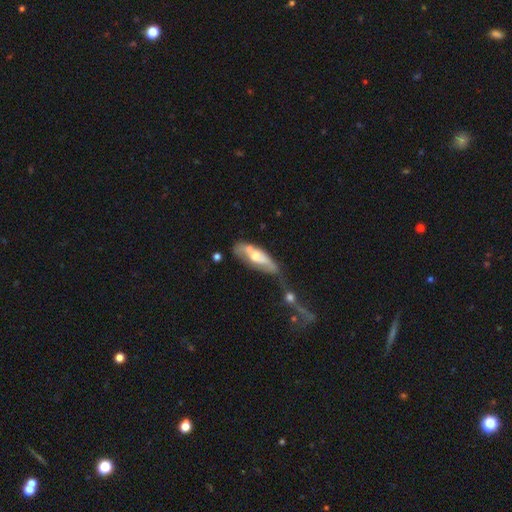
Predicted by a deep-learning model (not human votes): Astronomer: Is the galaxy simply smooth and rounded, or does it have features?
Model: featured or disk — 55% (runner-up: smooth, 39%).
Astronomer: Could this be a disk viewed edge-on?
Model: no — 71%.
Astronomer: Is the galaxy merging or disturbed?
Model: merger — 29% (runner-up: none, 25%).